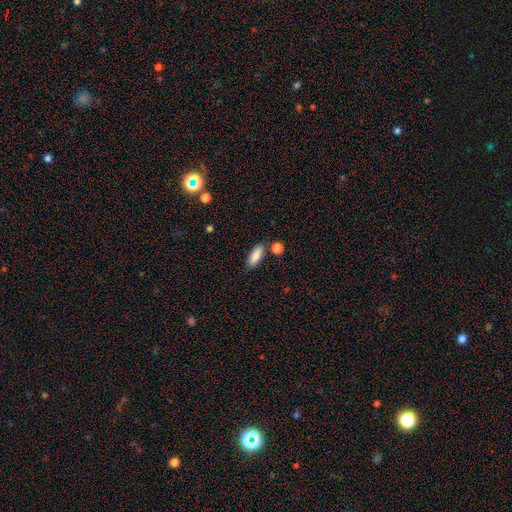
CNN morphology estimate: The model was most divided on "how rounded": in between: 74%, cigar-shaped: 23%, round: 3%. More confident: smooth or featured — smooth (86%); merging — none (78%).